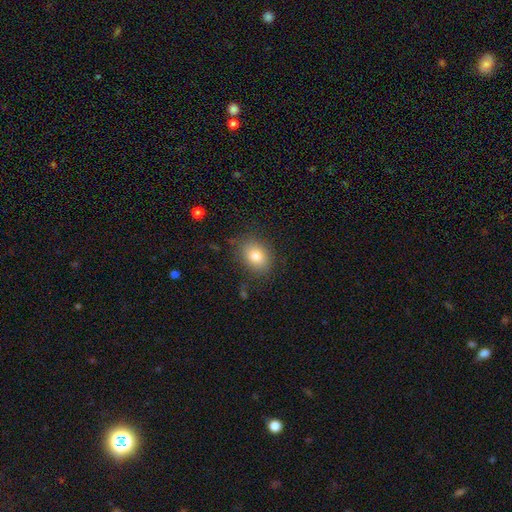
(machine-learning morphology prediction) type=smooth (81%); roundness=in between (61%); merging=none (82%).